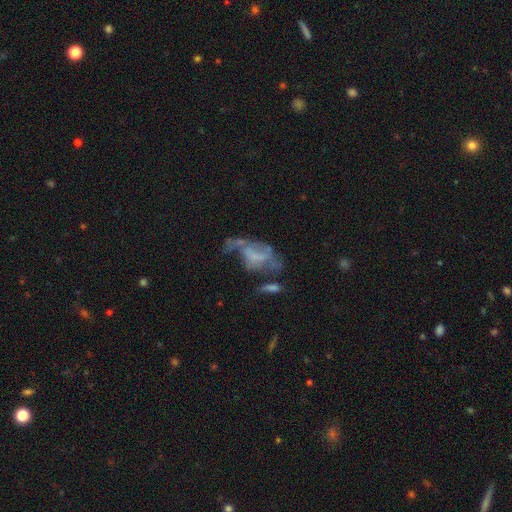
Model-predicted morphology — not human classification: This appears to be a featured or disk galaxy (57%) with no bar (66%), no spiral arms (63%) and no central bulge (66%). Merging: major disturbance (44%).